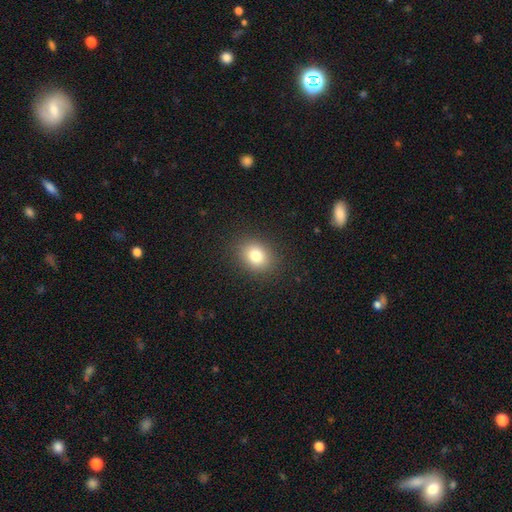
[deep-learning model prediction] Smooth or featured: smooth — 81% (star or artifact — 11%)
How rounded: round — 53% (in between — 46%)
Merging: none — 89% (minor disturbance — 8%)